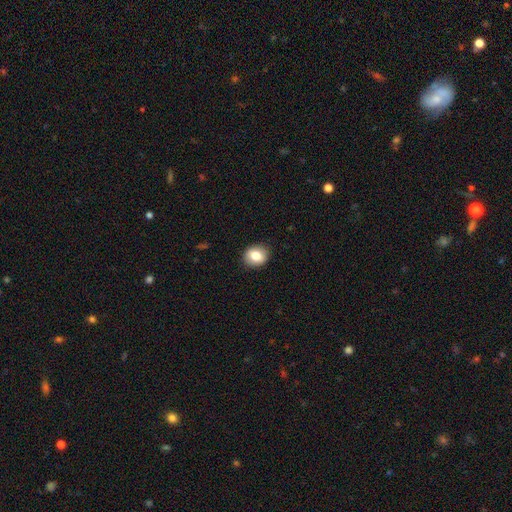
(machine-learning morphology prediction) This appears to be a smooth galaxy with no disk features (82%) that is round (63%). Merging: none (88%).